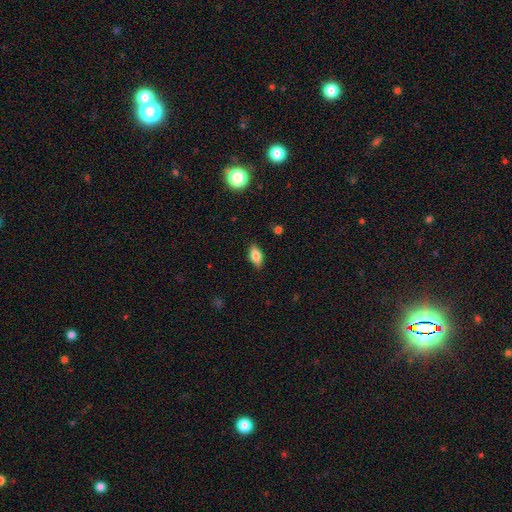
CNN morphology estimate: smooth 76%, featured or disk 16%, star or artifact 8%. Down the decision tree: how rounded — in between (87%); merging — none (87%).